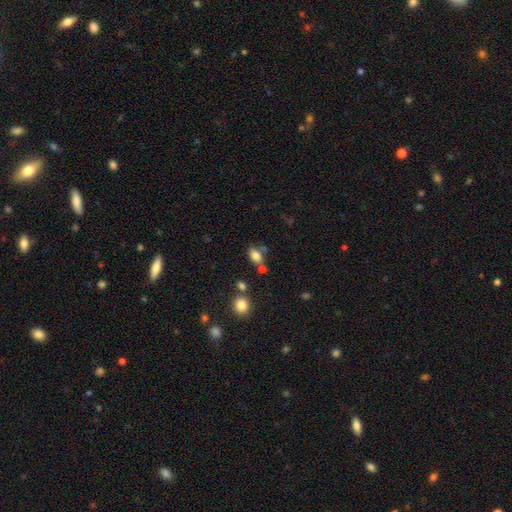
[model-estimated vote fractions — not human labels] This appears to be a smooth galaxy with no disk features (80%) that is in between round and cigar-shaped (82%). Merging: none (62%).